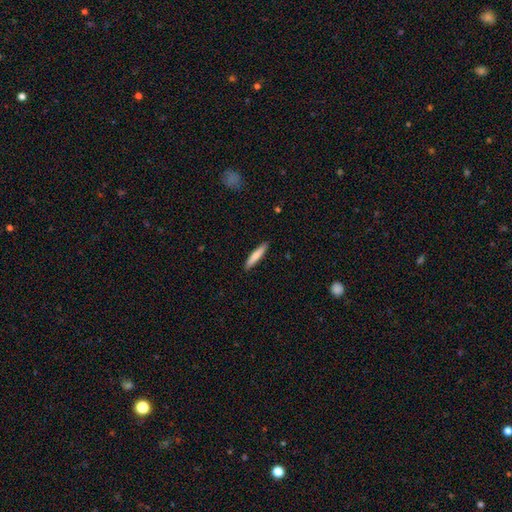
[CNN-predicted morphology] Smooth or featured? smooth (78%)
How rounded? cigar-shaped (91%)
Merging? none (91%)